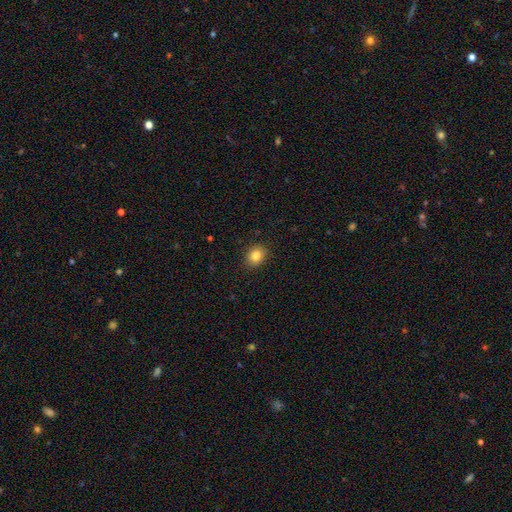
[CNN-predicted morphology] Q: Smooth or featured?
A: smooth (85%); runner-up: star or artifact (10%)
Q: How rounded?
A: round (60%); runner-up: in between (40%)
Q: Merging?
A: none (88%); runner-up: minor disturbance (9%)